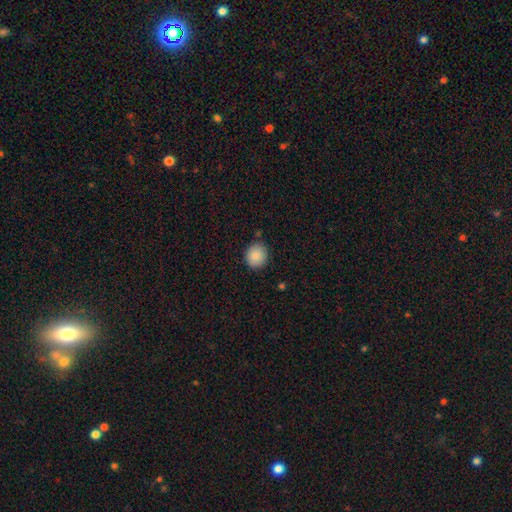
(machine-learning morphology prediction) Smooth or featured?
  - smooth: 88% *
  - star or artifact: 8%
  - featured or disk: 4%
How rounded?
  - round: 84% *
  - in between: 15%
  - cigar-shaped: 1%
Merging?
  - none: 86% *
  - minor disturbance: 10%
  - major disturbance: 2%
  - merger: 2%